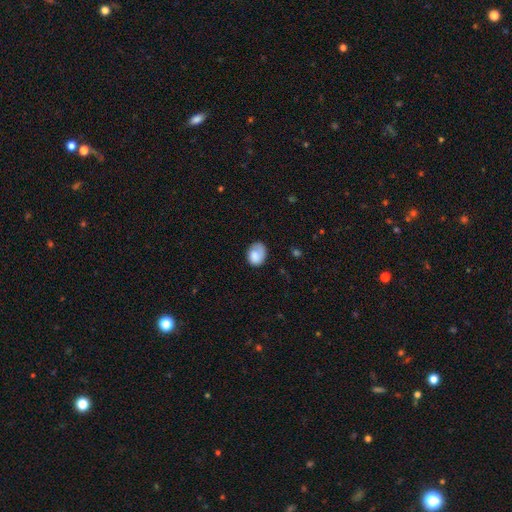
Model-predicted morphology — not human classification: A smooth galaxy with no disk features (78%) that is in between round and cigar-shaped (63%).

Vote fractions:
- Smooth or featured? smooth: 78% / featured or disk: 16% / star or artifact: 6%
- How rounded? in between: 63% / round: 36% / cigar-shaped: 1%
- Merging? none: 60% / minor disturbance: 26% / major disturbance: 12% / merger: 2%